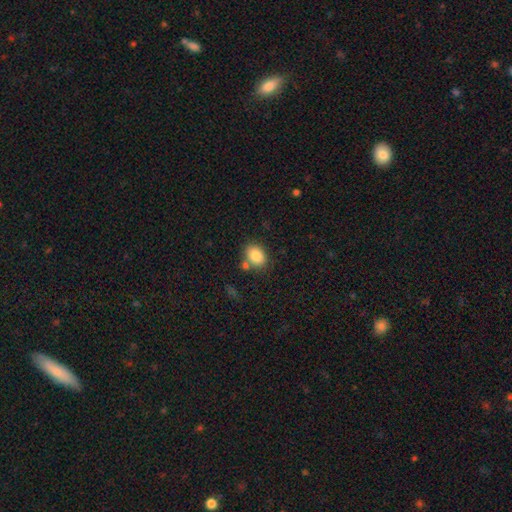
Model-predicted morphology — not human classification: Overall: smooth (85%). How rounded: in between (65%; round 34%). Merging: none (70%).